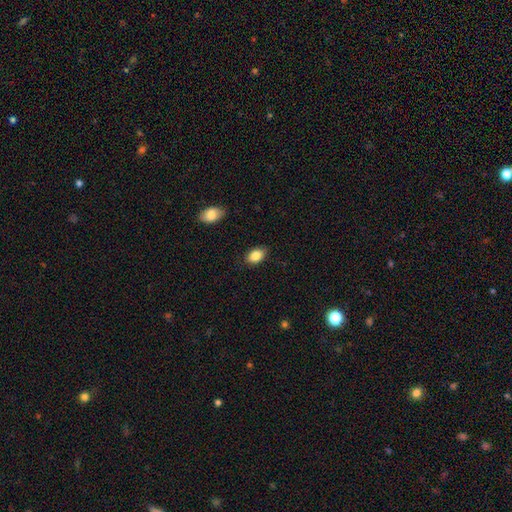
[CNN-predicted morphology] Smooth or featured?
  - smooth: 86% *
  - star or artifact: 8%
  - featured or disk: 6%
How rounded?
  - in between: 86% *
  - round: 13%
  - cigar-shaped: 1%
Merging?
  - none: 85% *
  - minor disturbance: 11%
  - major disturbance: 2%
  - merger: 1%